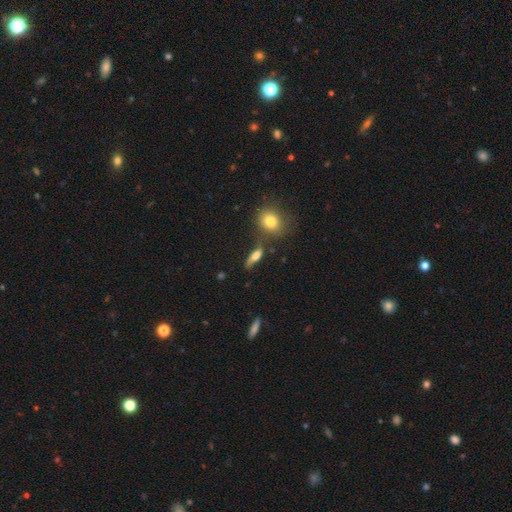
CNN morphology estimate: A smooth galaxy with no disk features (59%) that is in between round and cigar-shaped (49%).

Vote fractions:
- Smooth or featured? smooth: 59% / featured or disk: 30% / star or artifact: 11%
- How rounded? in between: 49% / cigar-shaped: 42% / round: 8%
- Merging? none: 55% / minor disturbance: 21% / merger: 13% / major disturbance: 11%